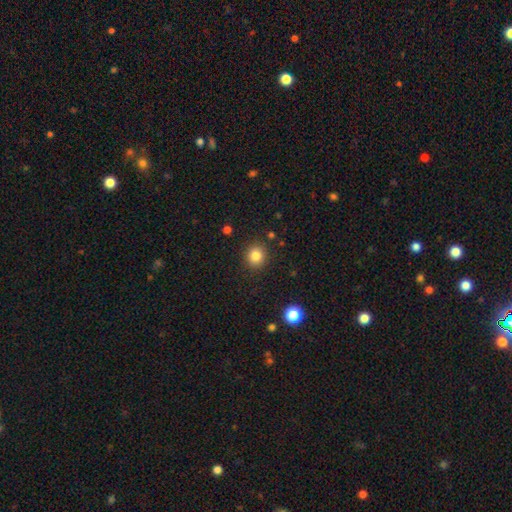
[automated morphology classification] Smooth or featured? Predicted: smooth (p=0.84). How rounded? Predicted: round (p=0.88). Merging? Predicted: none (p=0.89).